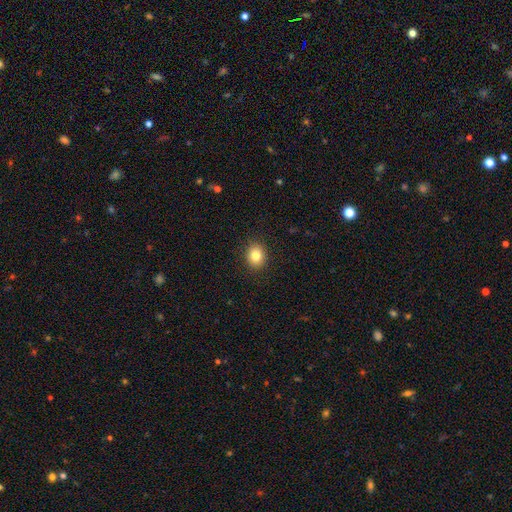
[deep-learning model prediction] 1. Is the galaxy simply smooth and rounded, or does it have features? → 82% smooth, 11% star or artifact, 7% featured or disk.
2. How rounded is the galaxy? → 67% round, 33% in between, 1% cigar-shaped.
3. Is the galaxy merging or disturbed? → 90% none, 7% minor disturbance, 2% major disturbance, 1% merger.